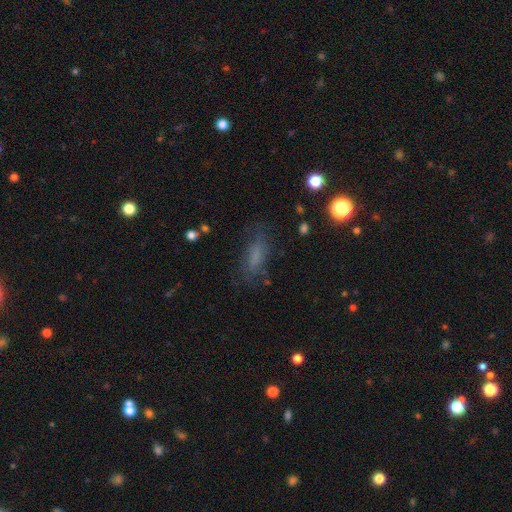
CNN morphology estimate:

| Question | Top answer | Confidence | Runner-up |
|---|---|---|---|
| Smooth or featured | smooth | 64% | featured or disk (19%) |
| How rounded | in between | 62% | cigar-shaped (34%) |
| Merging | none | 69% | minor disturbance (19%) |